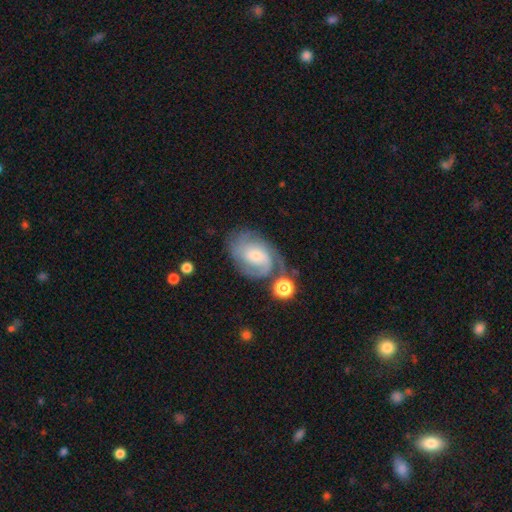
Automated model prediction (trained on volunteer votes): The model was most divided on "spiral winding": tight: 47%, medium: 40%, loose: 13%. Remaining: edge-on disk — no (97%); spiral arms — yes (94%); smooth or featured — featured or disk (77%); bar — no (58%); merging — none (58%); bulge size — small (54%); spiral arm count — 2 (39%).